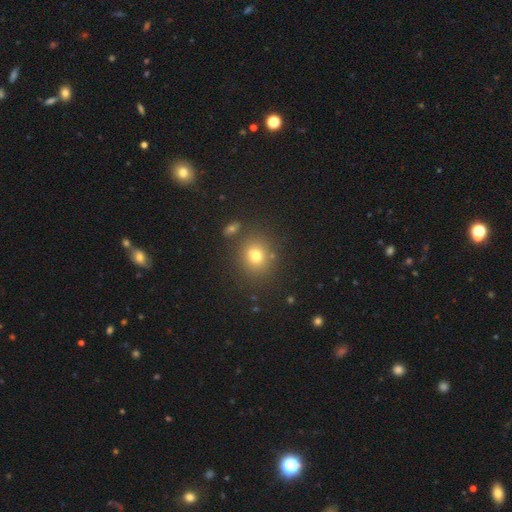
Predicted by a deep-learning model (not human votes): The model was most divided on "smooth or featured": smooth: 73%, star or artifact: 17%, featured or disk: 10%. More confident: merging — none (80%); how rounded — round (78%).